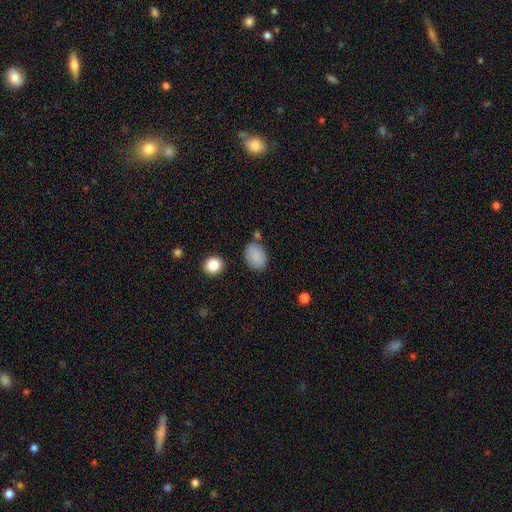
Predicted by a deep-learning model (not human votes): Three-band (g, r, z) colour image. It shows a smooth galaxy with no disk features (87%) that is in between round and cigar-shaped (76%). Merging: none (77%).